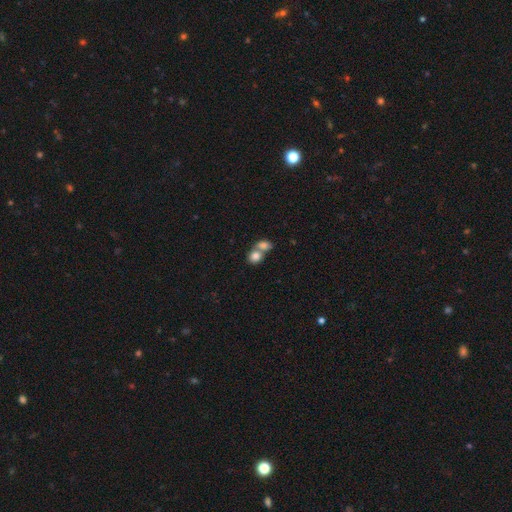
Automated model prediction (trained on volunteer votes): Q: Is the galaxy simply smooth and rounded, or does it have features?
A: smooth — 82%.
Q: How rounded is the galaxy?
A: round — 54%.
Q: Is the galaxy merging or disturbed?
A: merger — 66%.